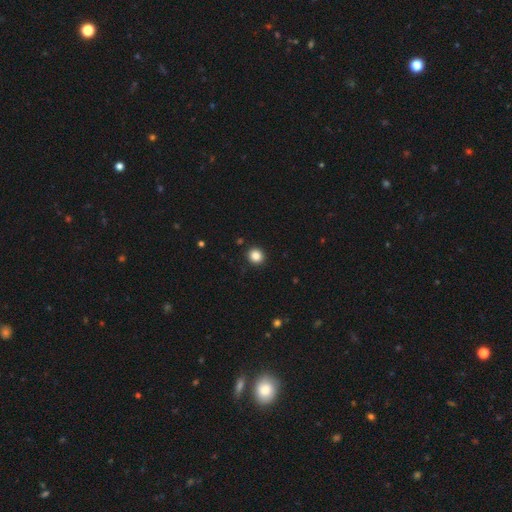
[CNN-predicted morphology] This appears to be a smooth galaxy with no disk features (86%) that is round (87%). Merging: none (92%).